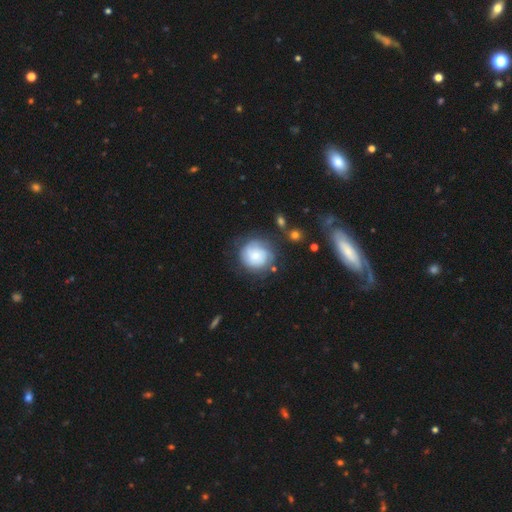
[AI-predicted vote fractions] Smooth or featured? Predicted: smooth (p=0.55). How rounded? Predicted: round (p=0.88). Merging? Predicted: none (p=0.68).